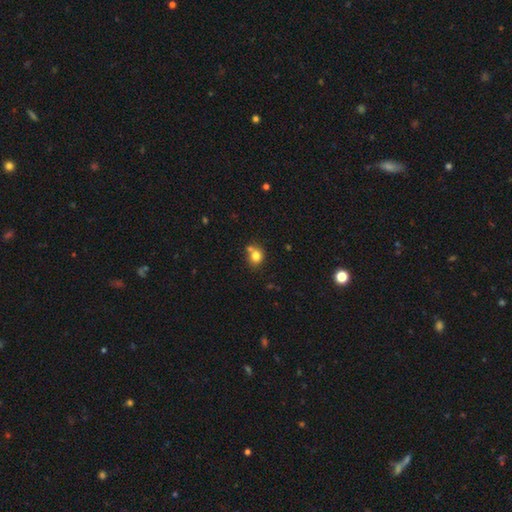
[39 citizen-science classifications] Q: Smooth or featured?
A: smooth (95%); runner-up: featured or disk (3%)
Q: How rounded?
A: round (78%); runner-up: in between (22%)
Q: Merging?
A: none (66%); runner-up: merger (21%)